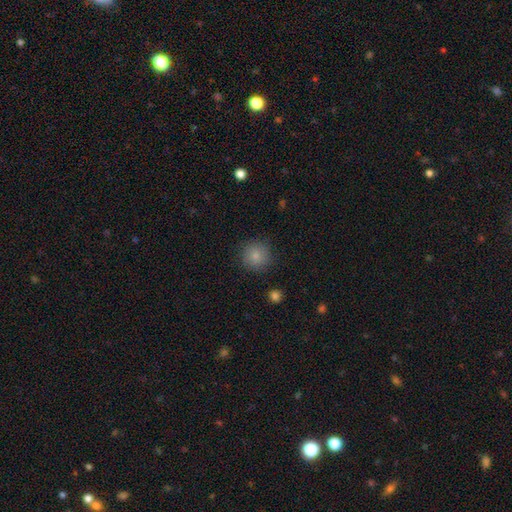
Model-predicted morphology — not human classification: smooth-or-featured: smooth: 84% | star or artifact: 10% | featured or disk: 6%
  how-rounded: round: 93% | in between: 6% | cigar-shaped: 1%
  merging: none: 86% | minor disturbance: 10% | major disturbance: 3% | merger: 2%